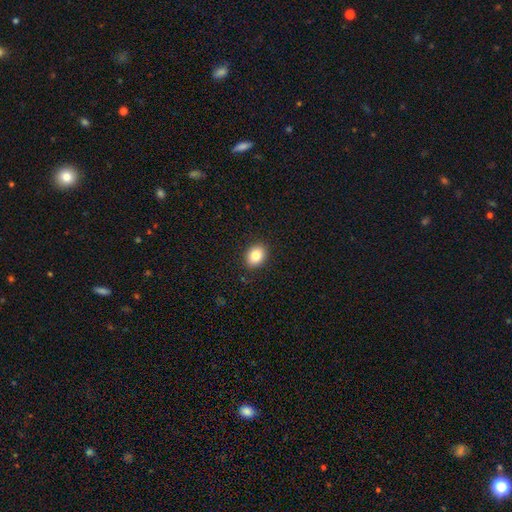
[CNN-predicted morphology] Q: Smooth or featured?
A: smooth (84%); runner-up: star or artifact (9%)
Q: How rounded?
A: in between (64%); runner-up: round (36%)
Q: Merging?
A: none (89%); runner-up: minor disturbance (8%)